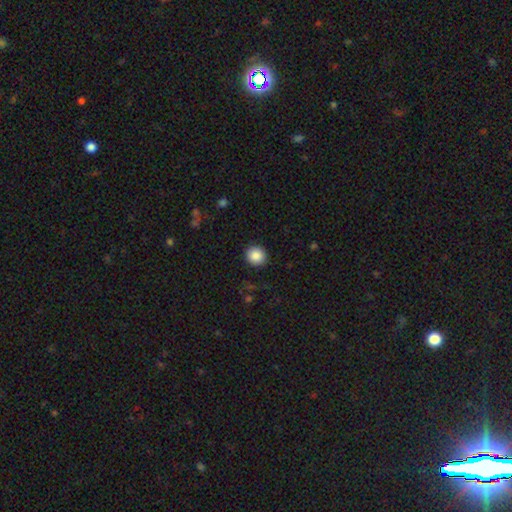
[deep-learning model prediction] Q: Smooth or featured?
A: smooth (87%); runner-up: star or artifact (9%)
Q: How rounded?
A: round (88%); runner-up: in between (11%)
Q: Merging?
A: none (90%); runner-up: minor disturbance (6%)